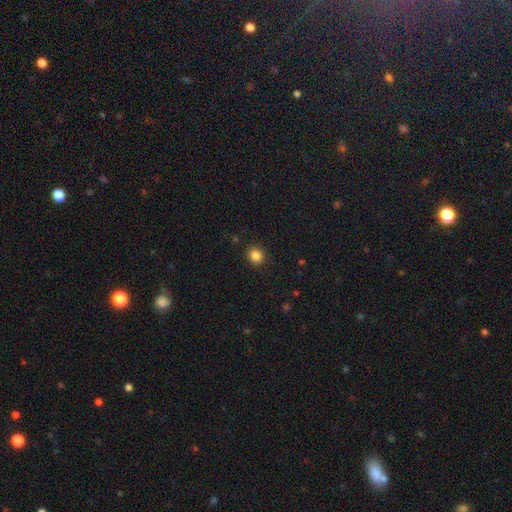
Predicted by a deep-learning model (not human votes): A smooth galaxy with no disk features (85%) that is round (86%). Merging: none (91%).